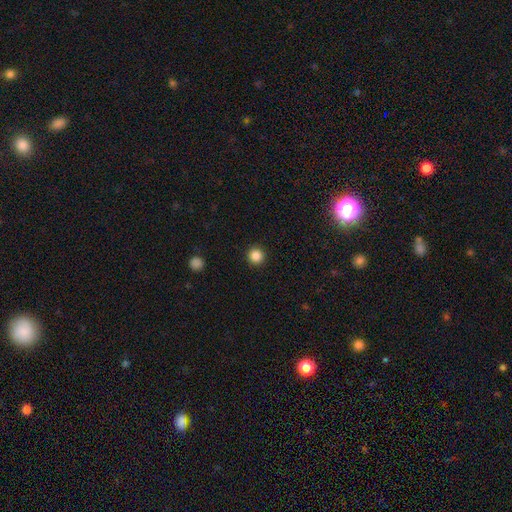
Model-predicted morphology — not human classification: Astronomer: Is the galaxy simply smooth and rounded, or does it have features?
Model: smooth — 85%.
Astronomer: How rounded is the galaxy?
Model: round — 95%.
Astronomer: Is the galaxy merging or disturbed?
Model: none — 93%.